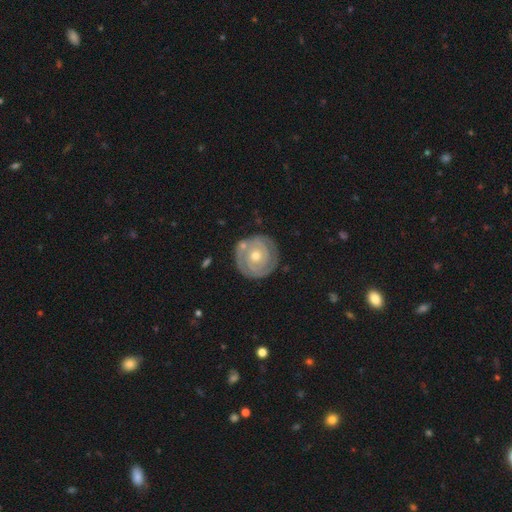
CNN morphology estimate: This is clearly a featured or disk galaxy (82%). It is clearly not viewed edge-on (98%). Bar: likely no (80%). Spiral arm pattern: clearly yes (89%). Spiral arm count: possibly 2 (52%). Spiral winding: clearly tight (85%). Central bulge: possibly moderate (58%). Merging: clearly none (81%).